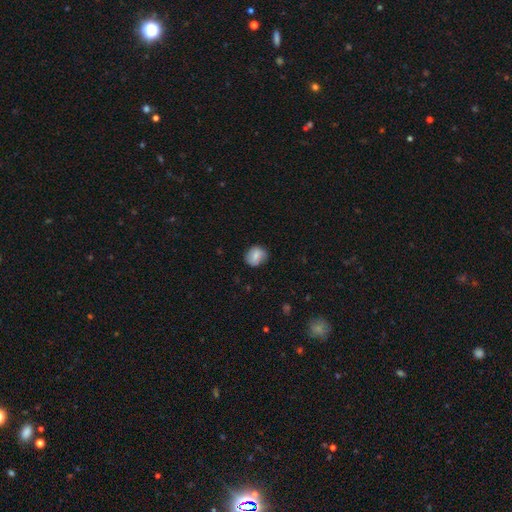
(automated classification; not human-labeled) This appears to be a smooth galaxy with no disk features (73%) that is round (68%). Merging: none (78%).